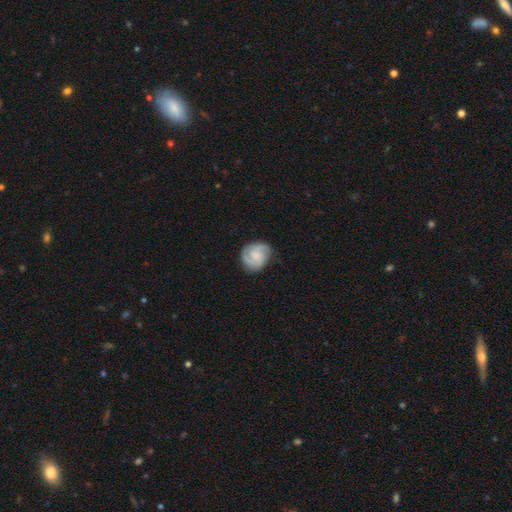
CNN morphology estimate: A featured or disk galaxy (70%) with no bar (60%), 2 (57%) tight (49%) spiral arms (96%) and a small central bulge (38%).

Vote fractions:
- Smooth or featured? featured or disk: 70% / smooth: 23% / star or artifact: 6%
- Edge-on disk? no: 98% / yes: 2%
- Bar? no: 60% / weak: 35% / strong: 5%
- Spiral arms? yes: 96% / no: 4%
- Spiral winding? tight: 49% / medium: 41% / loose: 10%
- Spiral arm count? 2: 57% / 3: 23% / can't tell: 10% / 1: 4% / 4: 3% / more than 4: 2%
- Bulge size? small: 38% / none: 32% / moderate: 24% / large: 5% / dominant: 2%
- Merging? none: 78% / minor disturbance: 16% / major disturbance: 5% / merger: 1%